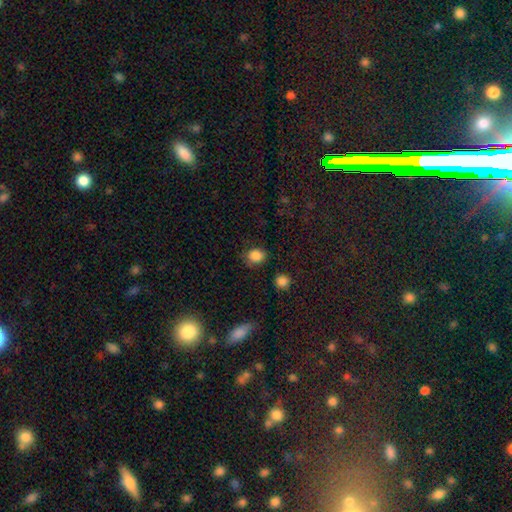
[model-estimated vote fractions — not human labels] A smooth galaxy with no disk features (85%) that is round (65%).

Vote fractions:
- Smooth or featured? smooth: 85% / star or artifact: 11% / featured or disk: 5%
- How rounded? round: 65% / in between: 34% / cigar-shaped: 1%
- Merging? none: 75% / minor disturbance: 18% / major disturbance: 4% / merger: 2%